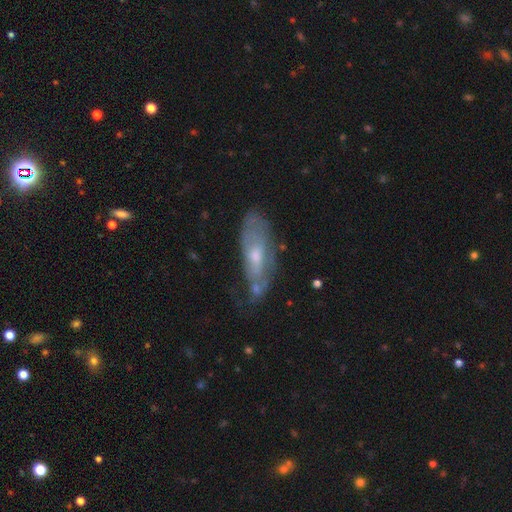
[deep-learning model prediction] A featured or disk galaxy (57%). Merging: none (53%).